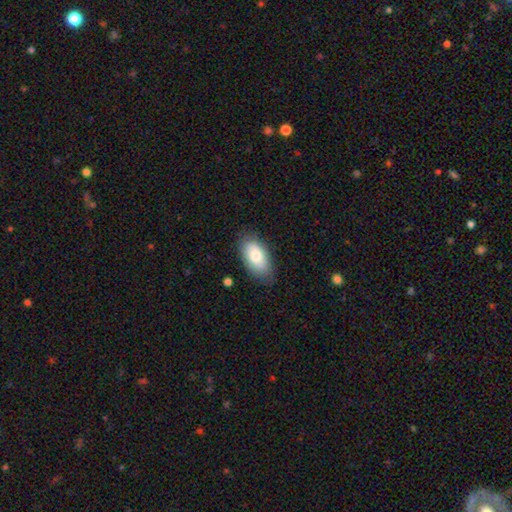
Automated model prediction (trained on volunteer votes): smooth_or_featured: smooth (p=0.79) [alt: featured or disk p=0.15]
how_rounded: in between (p=0.94) [alt: round p=0.03]
merging: none (p=0.80) [alt: minor disturbance p=0.15]